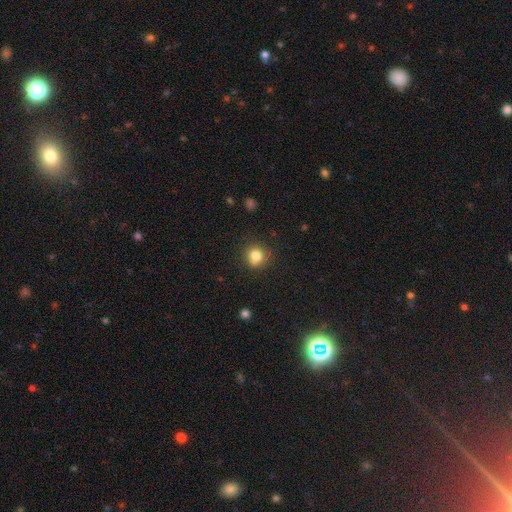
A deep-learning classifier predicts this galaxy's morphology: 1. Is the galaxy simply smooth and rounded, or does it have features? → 80% smooth, 12% star or artifact, 8% featured or disk.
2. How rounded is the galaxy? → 89% round, 10% in between, 1% cigar-shaped.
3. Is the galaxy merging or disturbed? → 77% none, 14% minor disturbance, 6% merger, 4% major disturbance.